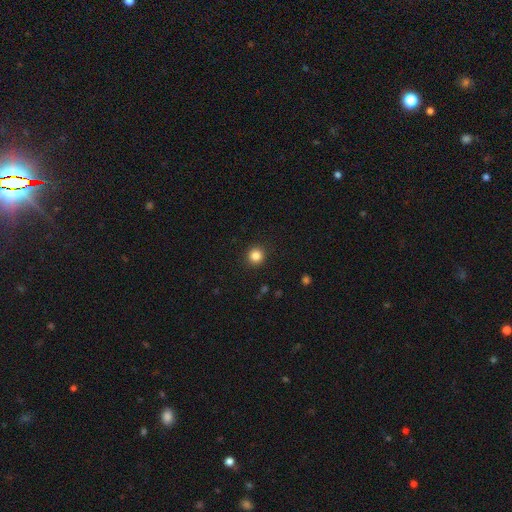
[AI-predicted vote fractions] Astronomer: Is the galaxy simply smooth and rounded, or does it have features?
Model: smooth — 84%.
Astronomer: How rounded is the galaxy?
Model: round — 94%.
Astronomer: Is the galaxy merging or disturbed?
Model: none — 92%.